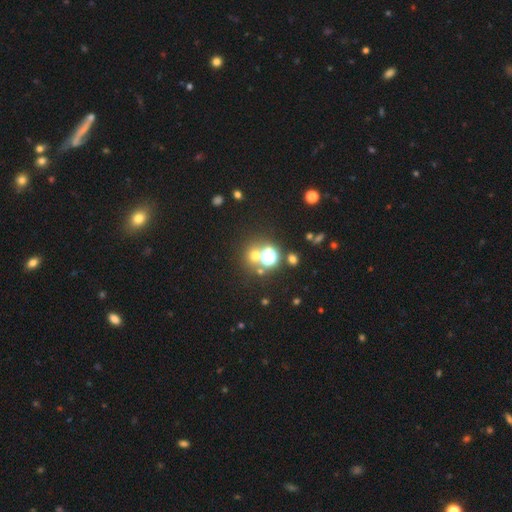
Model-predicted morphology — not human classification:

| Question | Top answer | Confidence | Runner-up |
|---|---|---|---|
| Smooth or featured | smooth | 50% | star or artifact (41%) |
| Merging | none | 69% | merger (18%) |